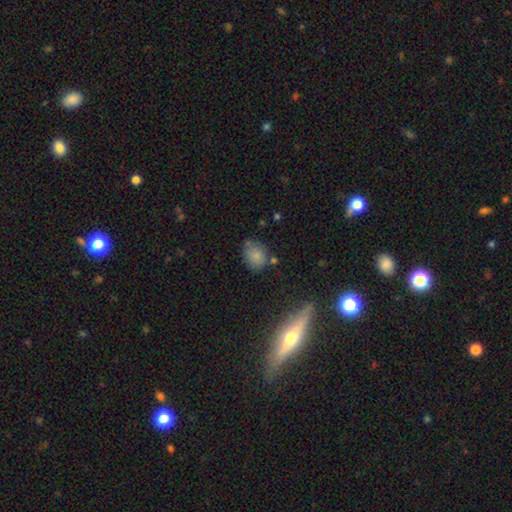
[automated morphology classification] smooth_or_featured: smooth (p=0.80) [alt: star or artifact p=0.12]
how_rounded: round (p=0.64) [alt: in between p=0.35]
merging: none (p=0.69) [alt: minor disturbance p=0.17]